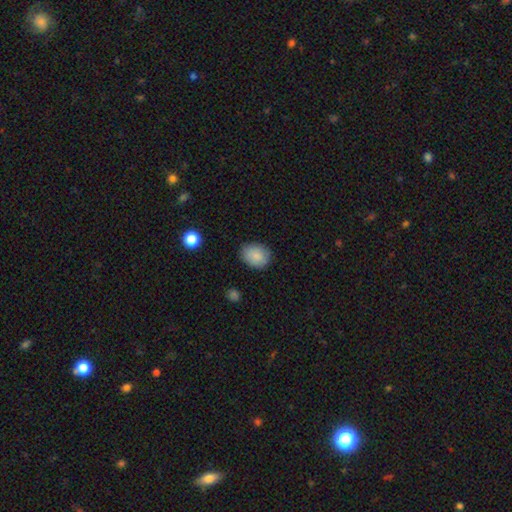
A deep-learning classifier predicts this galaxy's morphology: Smooth or featured?
  - smooth: 86% *
  - star or artifact: 8%
  - featured or disk: 6%
How rounded?
  - in between: 57% *
  - round: 42%
  - cigar-shaped: 1%
Merging?
  - none: 82% *
  - minor disturbance: 14%
  - major disturbance: 3%
  - merger: 1%